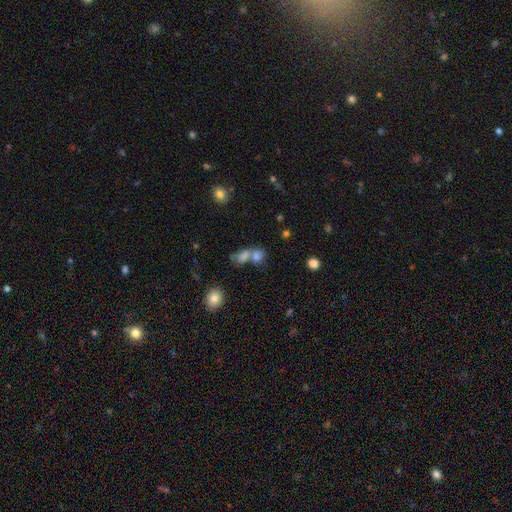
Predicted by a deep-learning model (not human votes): Smooth or featured?
  - smooth: 74% *
  - star or artifact: 14%
  - featured or disk: 12%
How rounded?
  - in between: 55% *
  - round: 42%
  - cigar-shaped: 4%
Merging?
  - merger: 56% *
  - none: 31%
  - minor disturbance: 8%
  - major disturbance: 5%